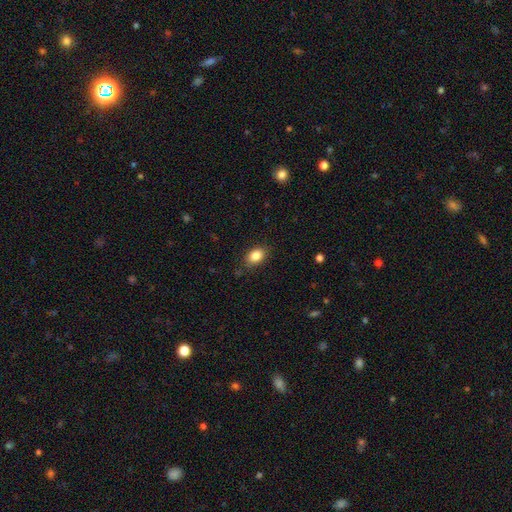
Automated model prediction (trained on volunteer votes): Morphology: type=smooth (86%); roundness=in between (81%); merging=none (83%).